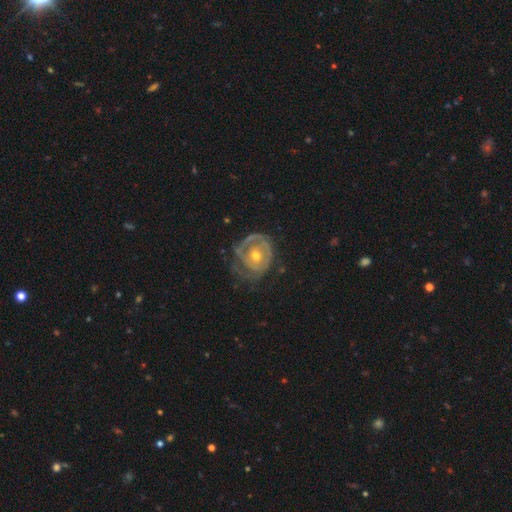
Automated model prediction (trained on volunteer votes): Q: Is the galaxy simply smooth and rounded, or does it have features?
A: featured or disk — 80%.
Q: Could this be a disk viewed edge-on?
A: no — 97%.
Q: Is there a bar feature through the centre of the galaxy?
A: no — 74%.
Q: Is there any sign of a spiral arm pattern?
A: yes — 79%.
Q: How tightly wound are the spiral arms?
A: tight — 67%.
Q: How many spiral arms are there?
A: can't tell — 34%.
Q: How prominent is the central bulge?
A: moderate — 59%.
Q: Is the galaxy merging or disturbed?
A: none — 50%.